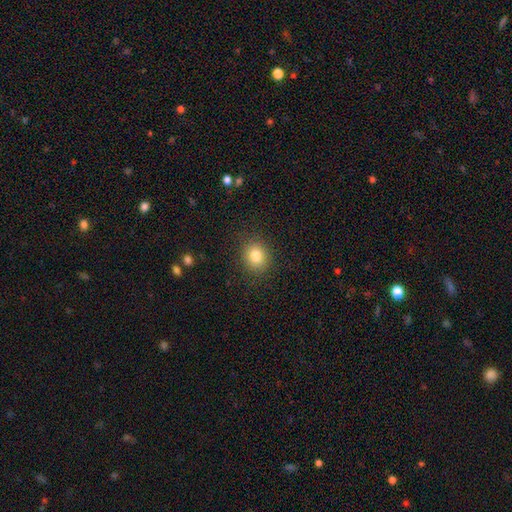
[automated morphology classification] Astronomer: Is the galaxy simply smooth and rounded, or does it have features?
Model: smooth — 81%.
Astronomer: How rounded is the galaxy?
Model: round — 73%.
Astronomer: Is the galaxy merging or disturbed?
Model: none — 88%.